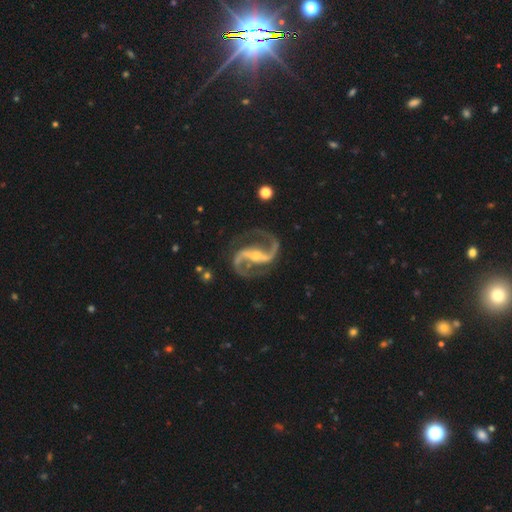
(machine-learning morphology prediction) smooth_or_featured: featured or disk (p=0.94) [alt: star or artifact p=0.04]
disk_edge_on: no (p=0.98) [alt: yes p=0.02]
bar: strong (p=0.57) [alt: weak p=0.28]
has_spiral_arms: yes (p=0.98) [alt: no p=0.02]
spiral_winding: medium (p=0.56) [alt: loose p=0.33]
spiral_arm_count: 2 (p=0.94) [alt: 3 p=0.01]
bulge_size: small (p=0.59) [alt: moderate p=0.33]
merging: none (p=0.80) [alt: minor disturbance p=0.12]